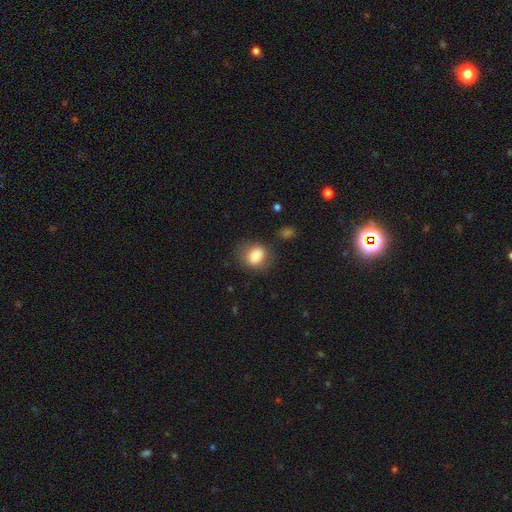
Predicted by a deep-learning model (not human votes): Smooth or featured? Predicted: smooth (p=0.81). How rounded? Predicted: round (p=0.50). Merging? Predicted: none (p=0.67).